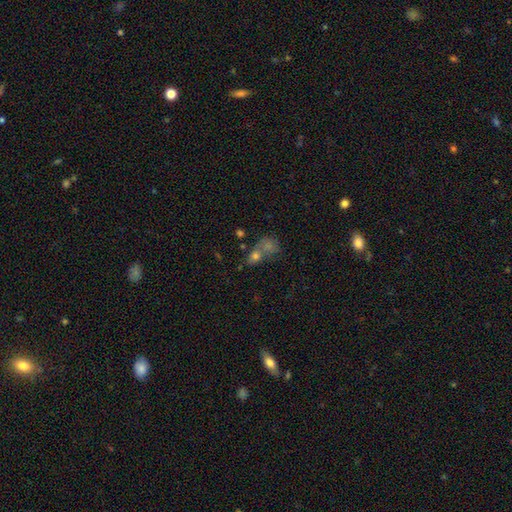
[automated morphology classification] Smooth or featured? smooth (64%)
How rounded? in between (54%)
Merging? merger (57%)